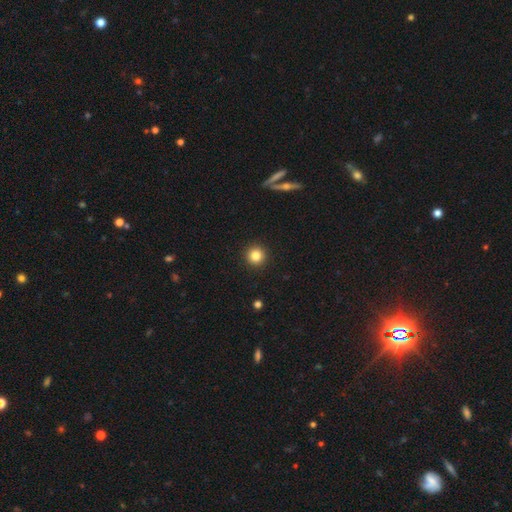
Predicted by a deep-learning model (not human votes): Smooth or featured? Predicted: smooth (p=0.83). How rounded? Predicted: round (p=0.96). Merging? Predicted: none (p=0.93).